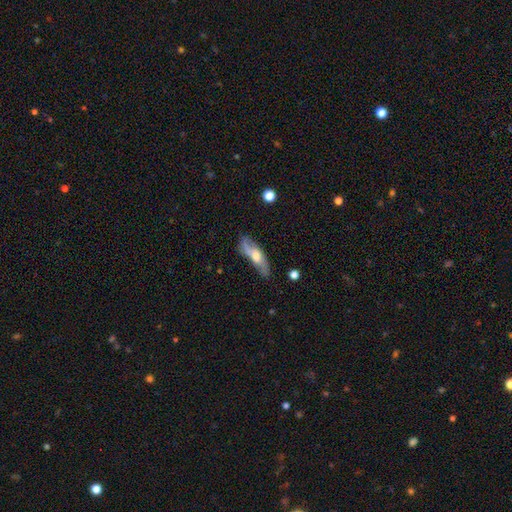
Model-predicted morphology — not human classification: The model was most divided on "smooth or featured": featured or disk: 55%, smooth: 39%, star or artifact: 7%. More confident: edge-on disk — no (62%); merging — none (58%).